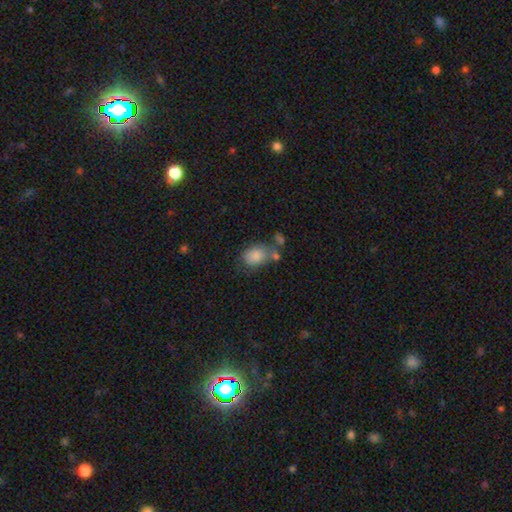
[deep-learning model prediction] Smooth or featured? smooth (83%)
How rounded? in between (72%)
Merging? none (46%)